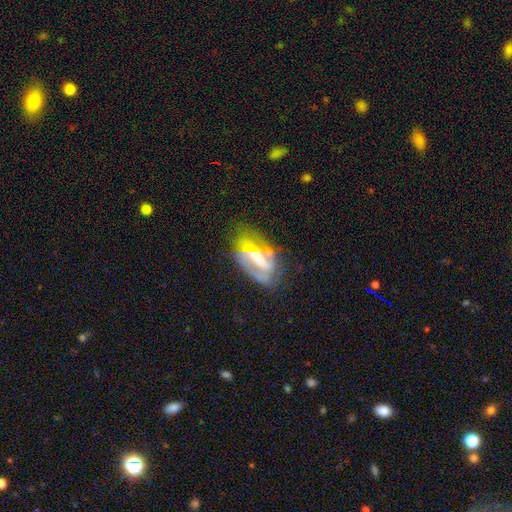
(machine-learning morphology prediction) Smooth or featured? Predicted: featured or disk (p=0.70). Edge-on disk? Predicted: no (p=0.89). Bar? Predicted: strong (p=0.45). Spiral arms? Predicted: yes (p=0.63). Bulge size? Predicted: moderate (p=0.40). Merging? Predicted: none (p=0.47).